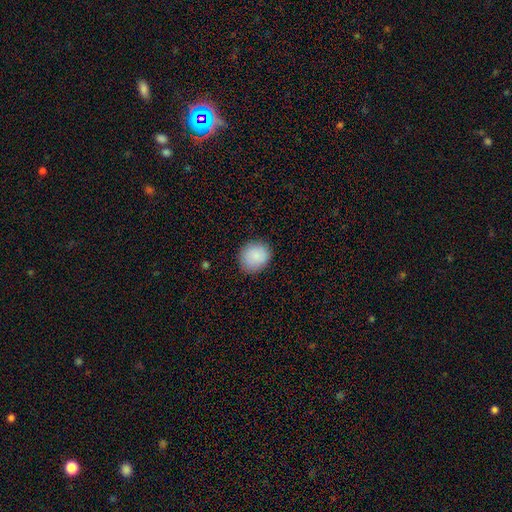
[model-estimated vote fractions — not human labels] Overall: smooth (88%). How rounded: round (75%). Merging: none (86%).